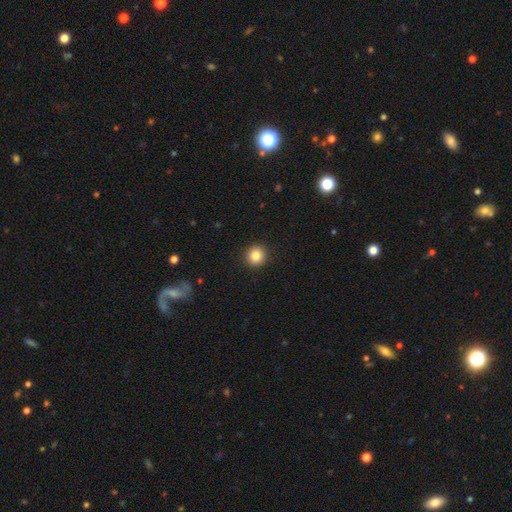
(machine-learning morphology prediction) smooth 85%, star or artifact 10%, featured or disk 5%. Down the decision tree: how rounded — round (92%); merging — none (92%).